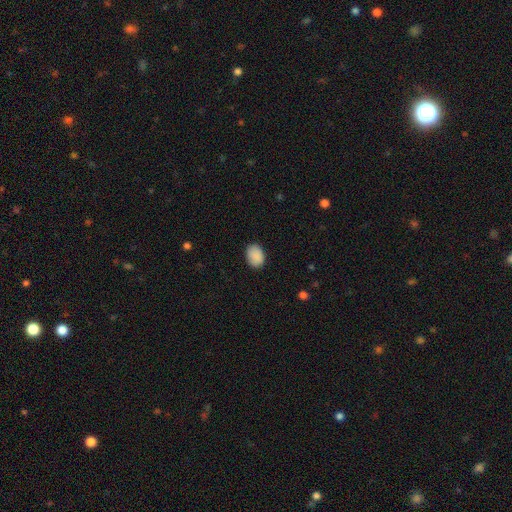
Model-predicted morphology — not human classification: Smooth or featured?
  - smooth: 89% *
  - star or artifact: 7%
  - featured or disk: 3%
How rounded?
  - in between: 72% *
  - round: 27%
  - cigar-shaped: 1%
Merging?
  - none: 85% *
  - minor disturbance: 12%
  - major disturbance: 3%
  - merger: 1%